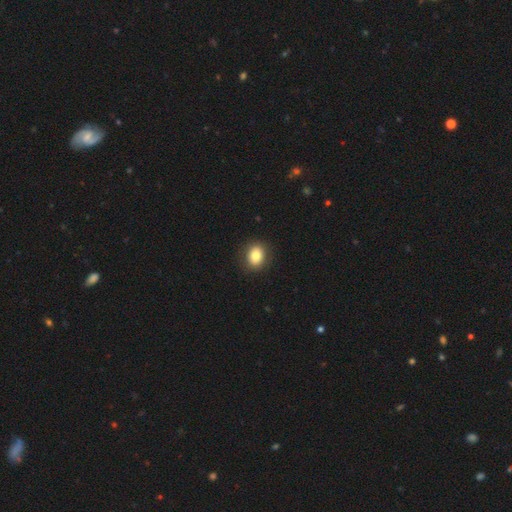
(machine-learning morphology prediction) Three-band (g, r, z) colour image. It shows a smooth galaxy with no disk features (83%) that is round (53%). Merging: none (89%).